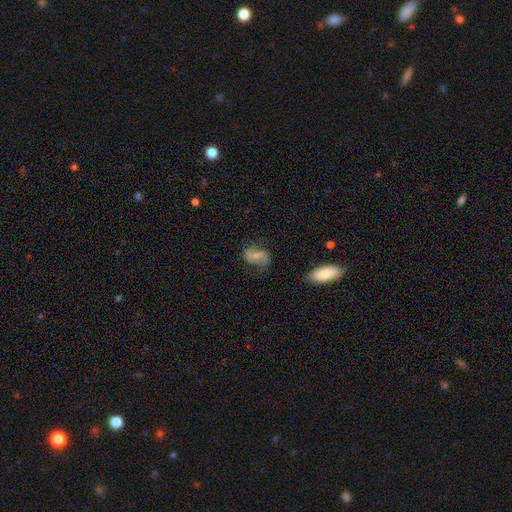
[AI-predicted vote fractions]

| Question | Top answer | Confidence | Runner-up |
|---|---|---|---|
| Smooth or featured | featured or disk | 58% | smooth (33%) |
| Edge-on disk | no | 97% | yes (3%) |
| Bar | weak | 42% | no (36%) |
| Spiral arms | yes | 87% | no (13%) |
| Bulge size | small | 49% | none (27%) |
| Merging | none | 61% | minor disturbance (23%) |